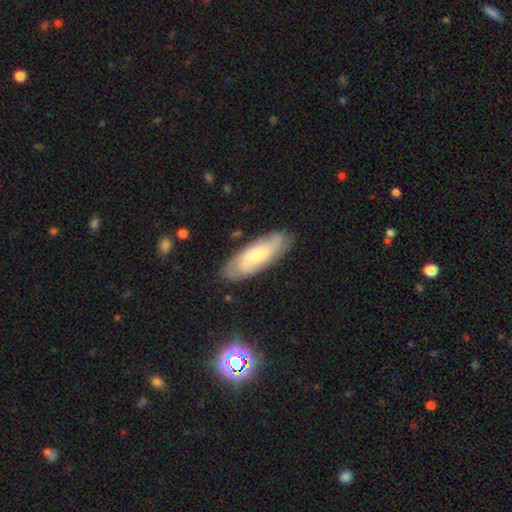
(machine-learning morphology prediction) Q: Smooth or featured?
A: featured or disk (56%); runner-up: smooth (38%)
Q: Edge-on disk?
A: no (85%); runner-up: yes (15%)
Q: Merging?
A: none (79%); runner-up: minor disturbance (15%)